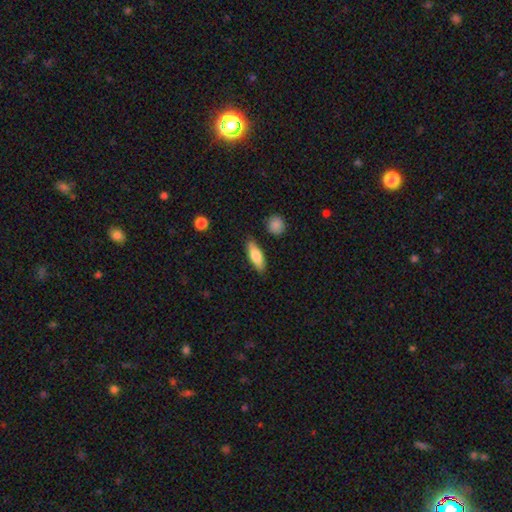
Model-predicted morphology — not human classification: Q: Smooth or featured?
A: smooth (77%); runner-up: featured or disk (17%)
Q: How rounded?
A: in between (59%); runner-up: cigar-shaped (38%)
Q: Merging?
A: none (84%); runner-up: minor disturbance (11%)